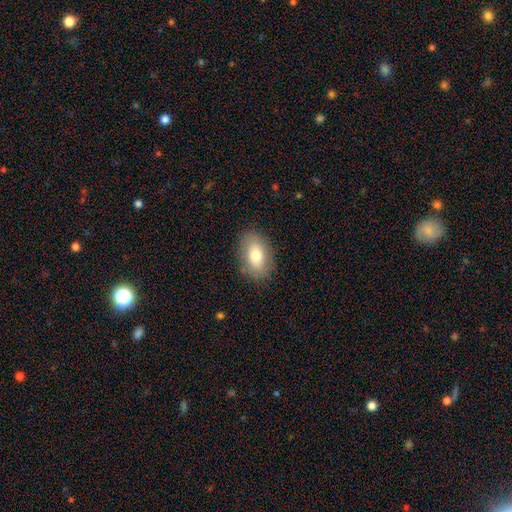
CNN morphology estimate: A smooth galaxy with no disk features (73%) that is in between round and cigar-shaped (87%).

Vote fractions:
- Smooth or featured? smooth: 73% / featured or disk: 20% / star or artifact: 8%
- How rounded? in between: 87% / round: 11% / cigar-shaped: 1%
- Merging? none: 83% / minor disturbance: 12% / major disturbance: 4% / merger: 1%